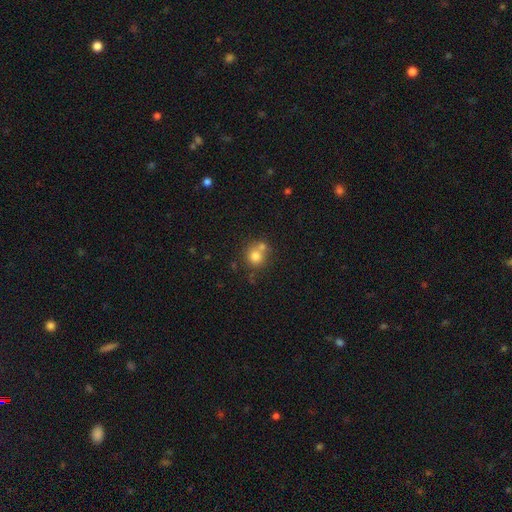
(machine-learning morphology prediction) Q: Smooth or featured?
A: smooth (76%); runner-up: star or artifact (12%)
Q: How rounded?
A: round (85%); runner-up: in between (14%)
Q: Merging?
A: none (51%); runner-up: merger (36%)